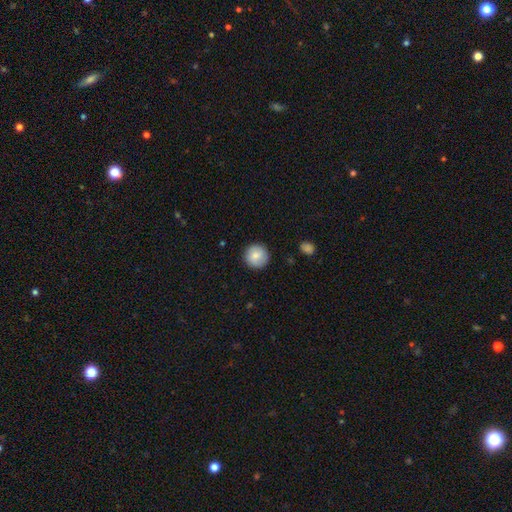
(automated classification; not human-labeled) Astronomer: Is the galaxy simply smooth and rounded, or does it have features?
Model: smooth — 81%.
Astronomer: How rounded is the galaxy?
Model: round — 95%.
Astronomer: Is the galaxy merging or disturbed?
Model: none — 88%.